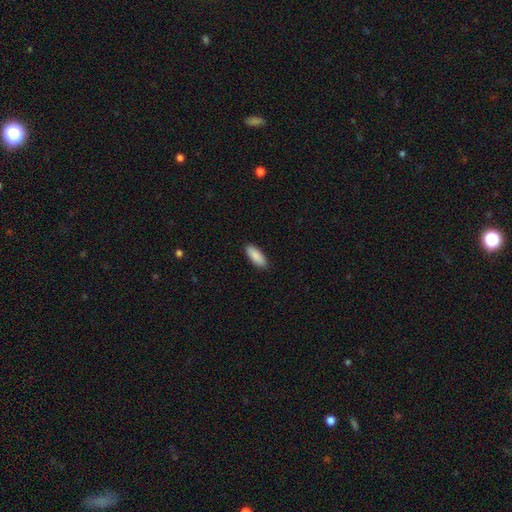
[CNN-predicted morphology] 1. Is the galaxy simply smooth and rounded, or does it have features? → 90% smooth, 6% star or artifact, 4% featured or disk.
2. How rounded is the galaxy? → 77% in between, 22% cigar-shaped, 2% round.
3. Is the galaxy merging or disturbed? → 90% none, 7% minor disturbance, 2% major disturbance, 1% merger.